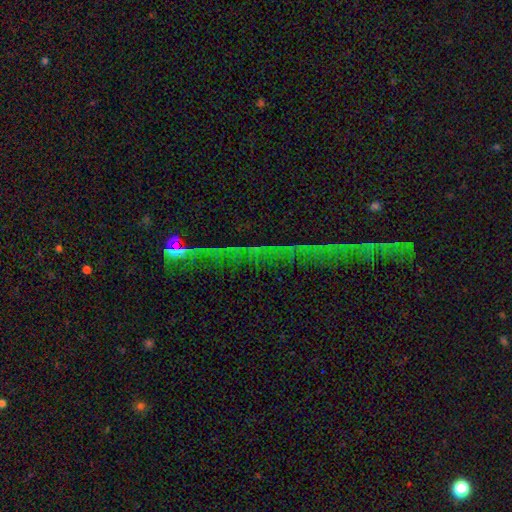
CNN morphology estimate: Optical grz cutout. It shows a star or artifact, not a galaxy (83%).